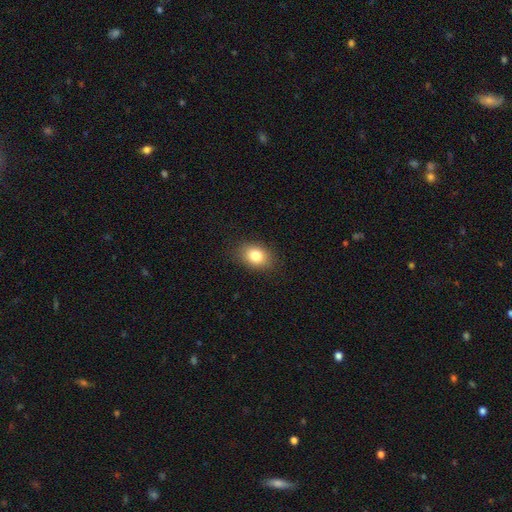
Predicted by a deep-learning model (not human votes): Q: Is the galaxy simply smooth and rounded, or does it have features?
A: smooth — 81%.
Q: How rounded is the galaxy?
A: in between — 70%.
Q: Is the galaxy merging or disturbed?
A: none — 86%.